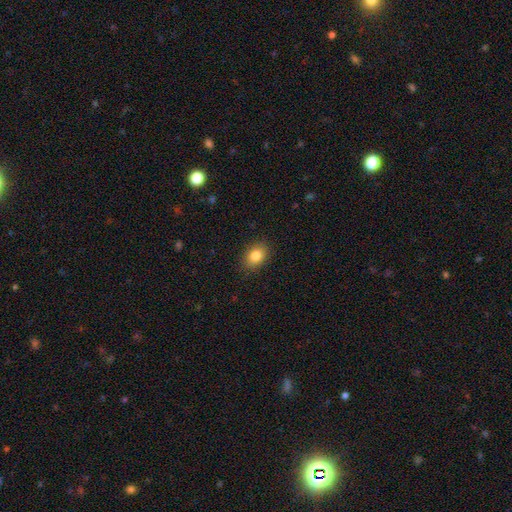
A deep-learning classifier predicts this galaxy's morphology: type=smooth (83%); roundness=in between (68%); merging=none (88%).